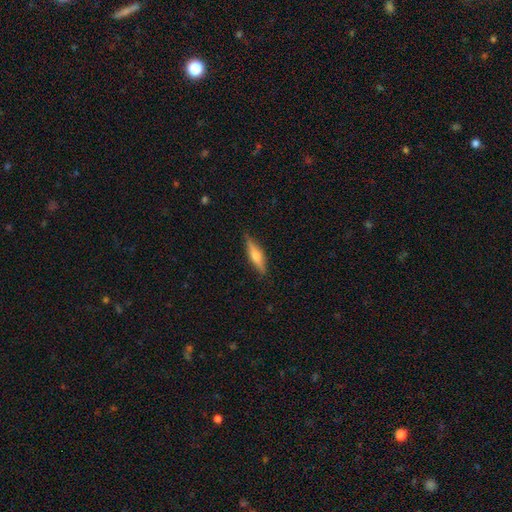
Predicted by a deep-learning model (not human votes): smooth_or_featured: featured or disk (p=0.54) [alt: smooth p=0.40]
disk_edge_on: yes (p=0.94) [alt: no p=0.06]
edge_on_bulge: rounded (p=0.87) [alt: boxy p=0.08]
merging: none (p=0.86) [alt: minor disturbance p=0.11]